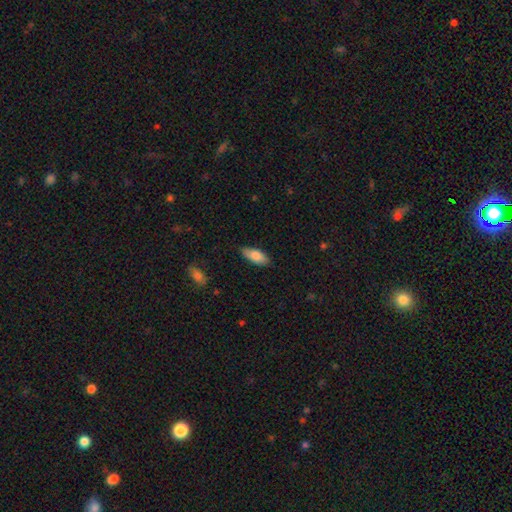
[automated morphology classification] Smooth or featured?
  - smooth: 83% *
  - featured or disk: 11%
  - star or artifact: 6%
How rounded?
  - in between: 82% *
  - cigar-shaped: 16%
  - round: 2%
Merging?
  - none: 80% *
  - minor disturbance: 17%
  - major disturbance: 3%
  - merger: 1%